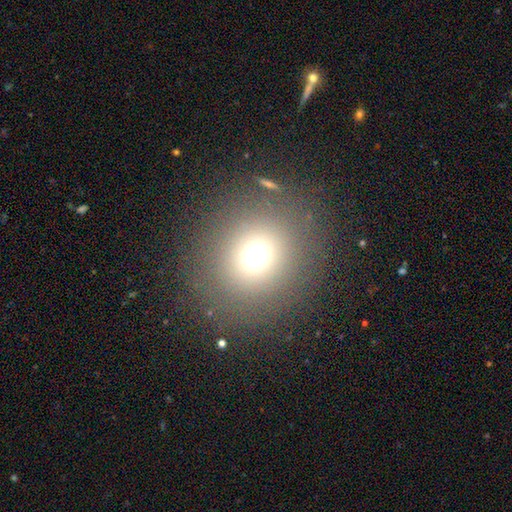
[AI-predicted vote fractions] This appears to be a smooth galaxy with no disk features (70%) that is round (85%). Merging: none (87%).